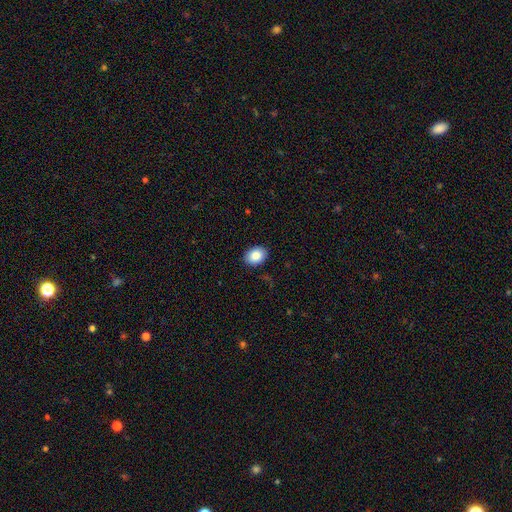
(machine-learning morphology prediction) Smooth or featured?
  - smooth: 87% *
  - star or artifact: 7%
  - featured or disk: 5%
How rounded?
  - in between: 73% *
  - round: 26%
  - cigar-shaped: 1%
Merging?
  - none: 89% *
  - minor disturbance: 8%
  - major disturbance: 2%
  - merger: 1%